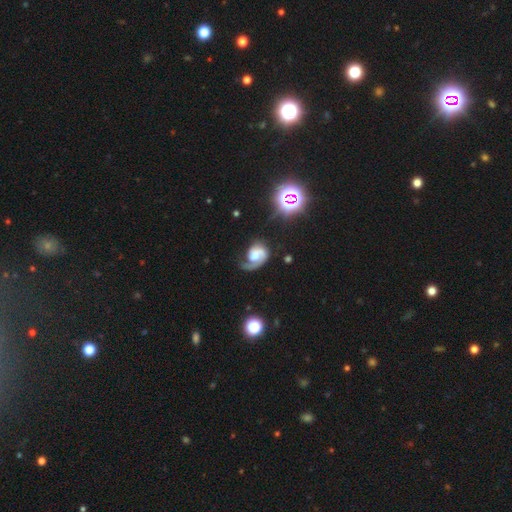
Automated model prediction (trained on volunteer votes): This is likely a featured or disk galaxy (80%). It is clearly not viewed edge-on (98%). Bar: likely no (66%). Spiral arm pattern: clearly yes (95%). Spiral arm count: possibly 1 (58%). Spiral winding: marginally medium (41%). Central bulge: possibly moderate (58%). Merging: marginally none (43%).